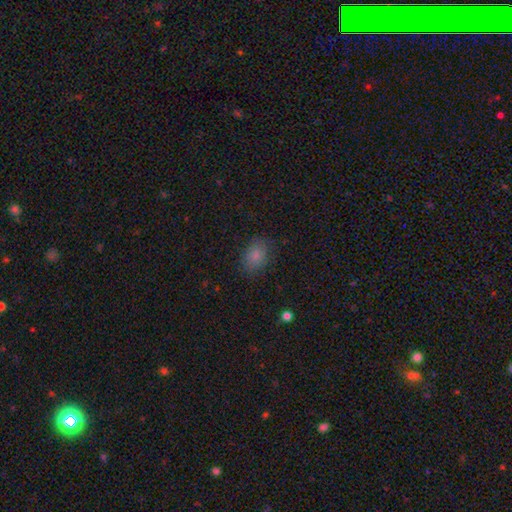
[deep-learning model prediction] smooth 83%, star or artifact 10%, featured or disk 7%. Down the decision tree: how rounded — in between (74%); merging — none (78%).